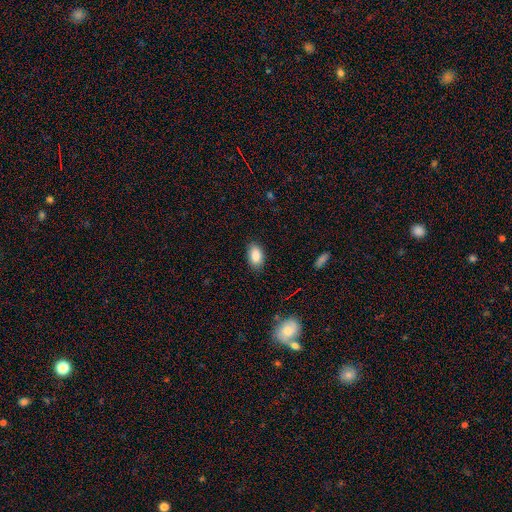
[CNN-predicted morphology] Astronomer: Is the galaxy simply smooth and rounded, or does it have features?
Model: smooth — 87%.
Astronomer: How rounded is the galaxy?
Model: in between — 92%.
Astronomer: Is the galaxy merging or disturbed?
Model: none — 85%.